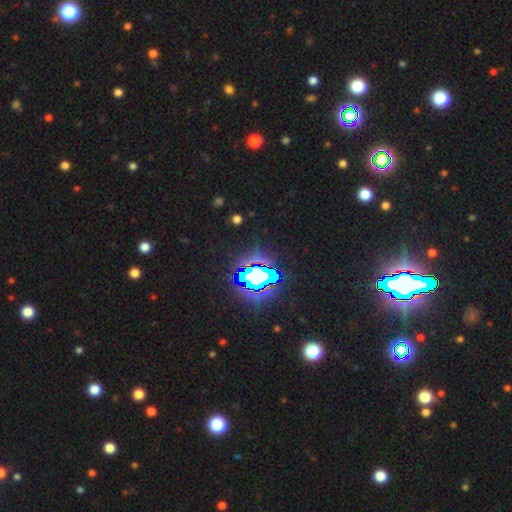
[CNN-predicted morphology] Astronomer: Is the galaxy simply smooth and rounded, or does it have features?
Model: star or artifact — 73%.